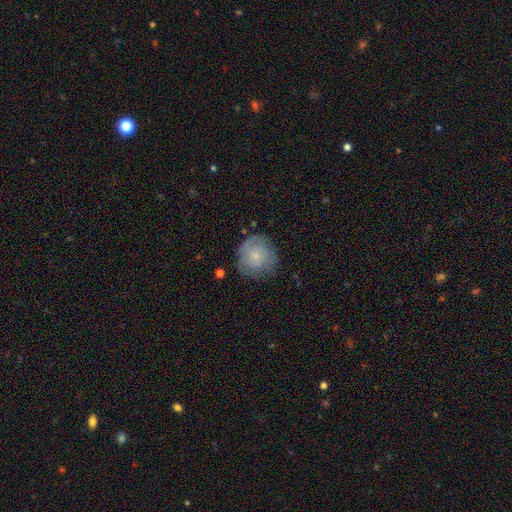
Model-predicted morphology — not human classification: This is likely a smooth galaxy (67%). How rounded: clearly round (90%). Merging: likely none (72%).